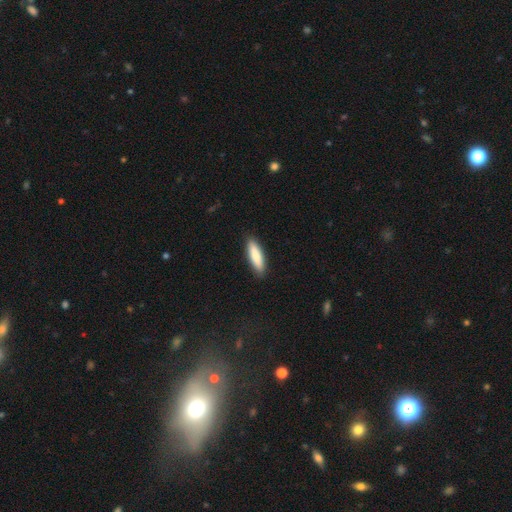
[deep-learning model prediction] smooth-or-featured: smooth: 84% | featured or disk: 11% | star or artifact: 5%
  how-rounded: cigar-shaped: 63% | in between: 36% | round: 1%
  merging: none: 90% | minor disturbance: 8% | major disturbance: 2% | merger: 1%